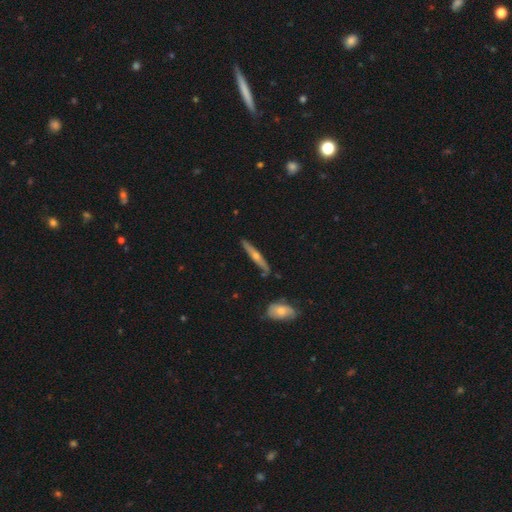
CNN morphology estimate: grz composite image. It shows a featured or disk galaxy (69%) viewed edge-on (94%) with a rounded central bulge (85%). Merging: none (83%).